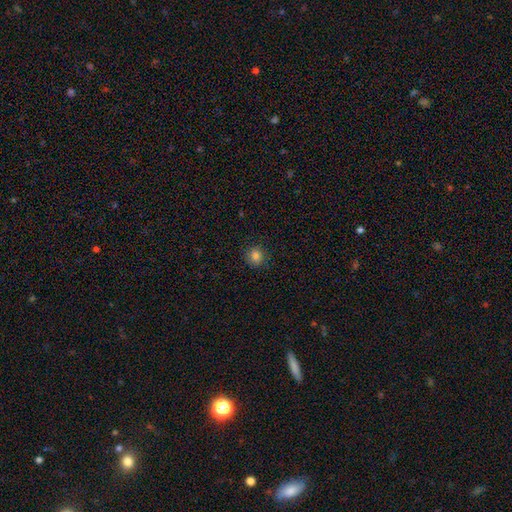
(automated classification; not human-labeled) Smooth or featured? Predicted: smooth (p=0.83). How rounded? Predicted: round (p=0.86). Merging? Predicted: none (p=0.88).